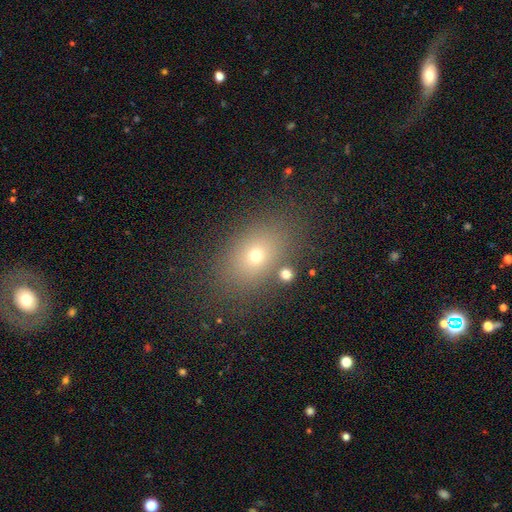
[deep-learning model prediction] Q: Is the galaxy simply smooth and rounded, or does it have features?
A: smooth — 66%.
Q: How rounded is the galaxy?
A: in between — 72%.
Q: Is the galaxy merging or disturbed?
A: none — 79%.